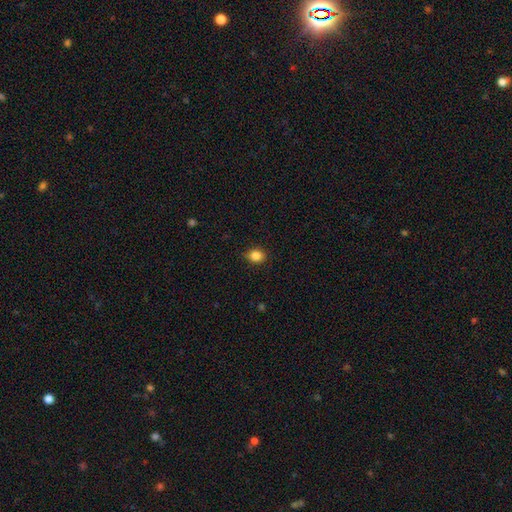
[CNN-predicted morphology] A smooth galaxy with no disk features (86%) that is round (62%). Merging: none (83%).